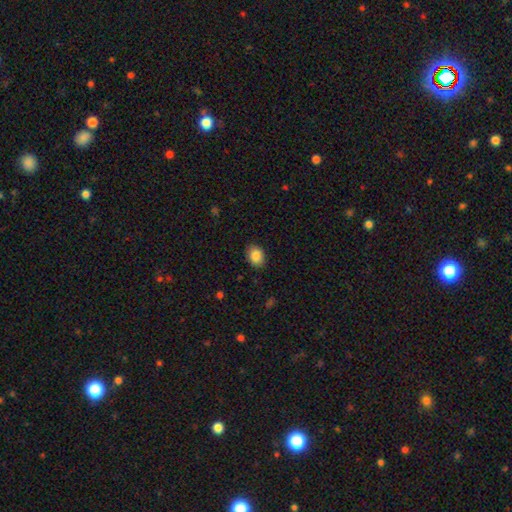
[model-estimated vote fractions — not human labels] This is clearly a smooth galaxy (88%). How rounded: likely in between (68%). Merging: clearly none (87%).